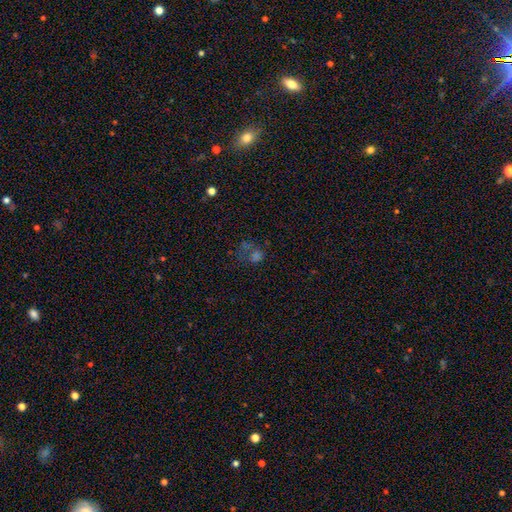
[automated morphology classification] A smooth galaxy with no disk features (43%).

Vote fractions:
- Smooth or featured? smooth: 43% / star or artifact: 36% / featured or disk: 21%
- Merging? none: 38% / major disturbance: 26% / merger: 22% / minor disturbance: 14%